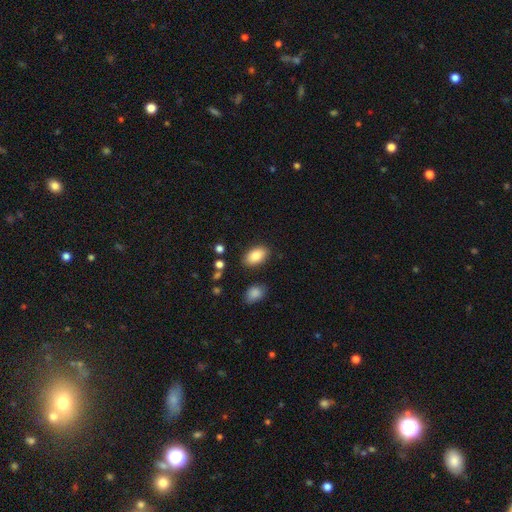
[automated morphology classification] A smooth galaxy with no disk features (85%) that is in between round and cigar-shaped (92%).

Vote fractions:
- Smooth or featured? smooth: 85% / featured or disk: 7% / star or artifact: 7%
- How rounded? in between: 92% / round: 6% / cigar-shaped: 2%
- Merging? none: 85% / minor disturbance: 10% / major disturbance: 3% / merger: 2%